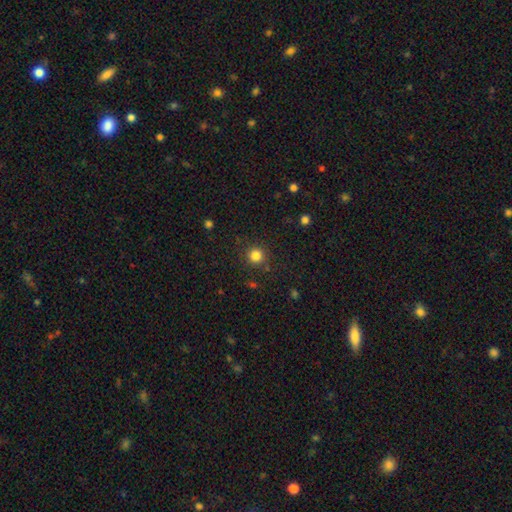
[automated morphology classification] Smooth or featured?
  - smooth: 83% *
  - star or artifact: 13%
  - featured or disk: 5%
How rounded?
  - round: 94% *
  - in between: 5%
  - cigar-shaped: 1%
Merging?
  - none: 88% *
  - minor disturbance: 7%
  - major disturbance: 3%
  - merger: 2%